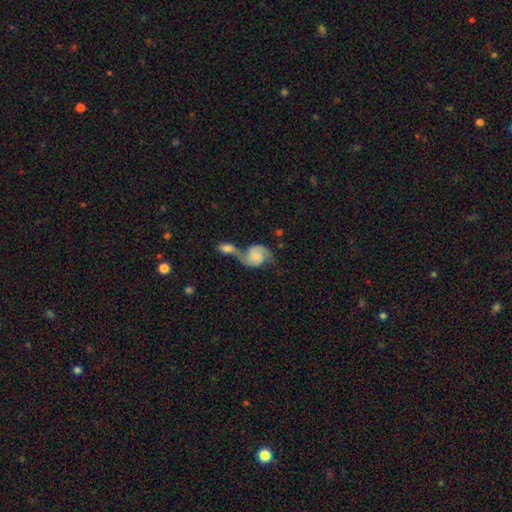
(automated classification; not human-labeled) This is likely a featured or disk galaxy (69%). It is clearly not viewed edge-on (97%). Bar: likely no (66%). Spiral arm pattern: clearly yes (93%). Spiral arm count: clearly 2 (88%). Spiral winding: marginally medium (44%). Central bulge: marginally small (38%). Merging: likely merger (69%).